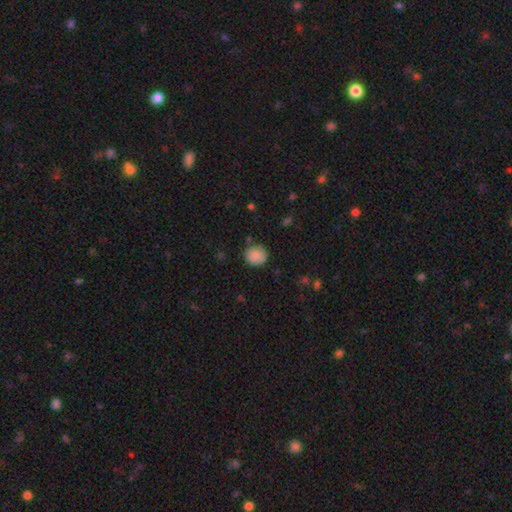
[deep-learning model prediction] Smooth or featured?
  - smooth: 88% *
  - star or artifact: 8%
  - featured or disk: 4%
How rounded?
  - round: 87% *
  - in between: 12%
  - cigar-shaped: 1%
Merging?
  - none: 84% *
  - minor disturbance: 11%
  - major disturbance: 3%
  - merger: 2%